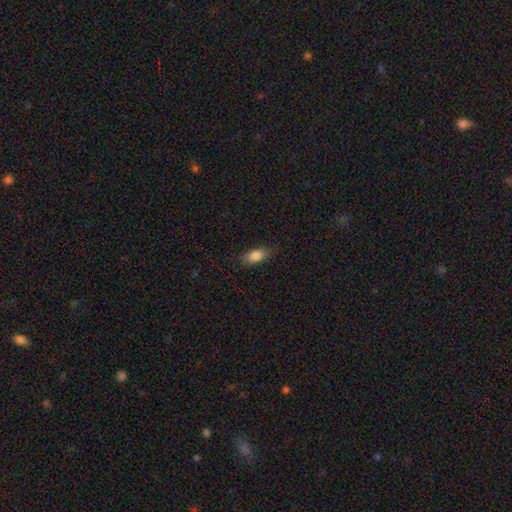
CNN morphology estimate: This appears to be a smooth galaxy with no disk features (84%) that is in between round and cigar-shaped (86%). Merging: none (84%).